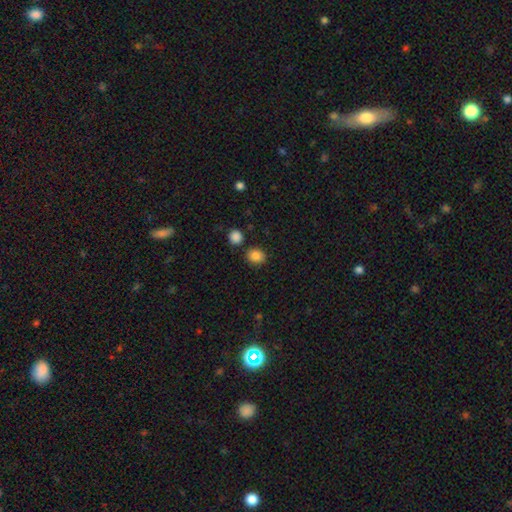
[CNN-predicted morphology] smooth-or-featured: smooth: 86% | star or artifact: 10% | featured or disk: 4%
  how-rounded: round: 66% | in between: 33% | cigar-shaped: 1%
  merging: none: 82% | minor disturbance: 9% | merger: 6% | major disturbance: 3%